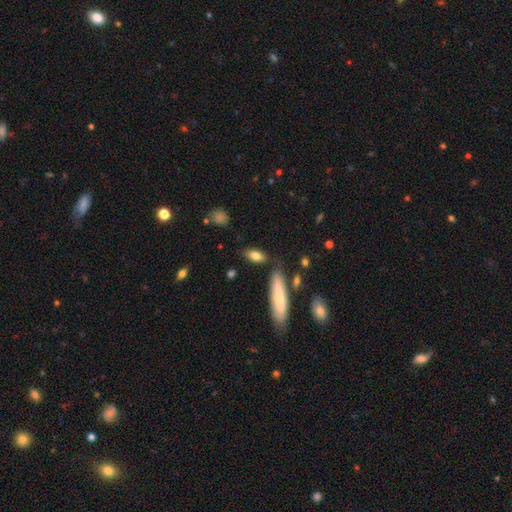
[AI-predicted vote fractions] Overall: smooth (77%). How rounded: in between (73%). Merging: none (76%).